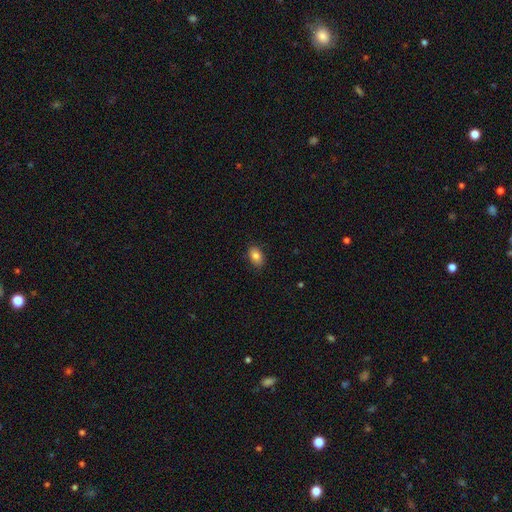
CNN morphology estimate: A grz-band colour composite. It shows a smooth galaxy with no disk features (83%) that is in between round and cigar-shaped (83%). Merging: none (86%).